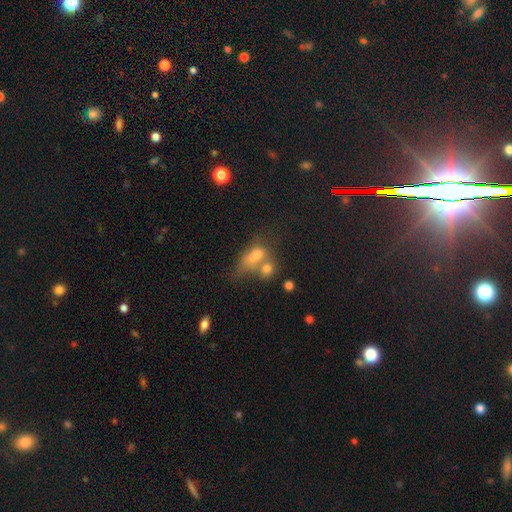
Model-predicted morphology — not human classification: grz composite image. It shows a smooth galaxy with no disk features (63%) that is in between round and cigar-shaped (65%). Merging: merger (57%).